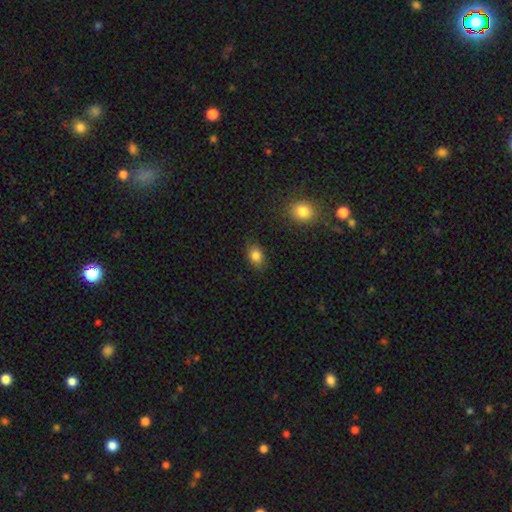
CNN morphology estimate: This is clearly a smooth galaxy (83%). How rounded: likely in between (72%). Merging: clearly none (83%).